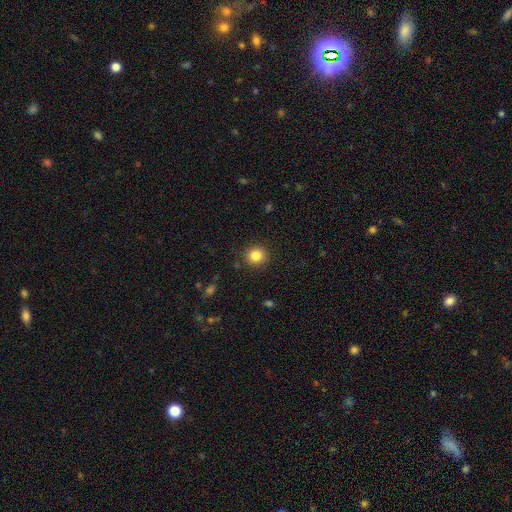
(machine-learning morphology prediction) A smooth galaxy with no disk features (84%) that is round (90%). Merging: none (90%).